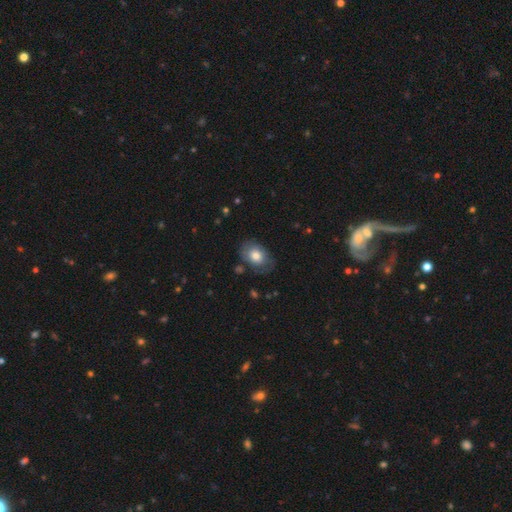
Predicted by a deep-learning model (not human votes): Smooth or featured?
  - smooth: 69% *
  - featured or disk: 24%
  - star or artifact: 7%
How rounded?
  - in between: 76% *
  - round: 23%
  - cigar-shaped: 1%
Merging?
  - none: 68% *
  - minor disturbance: 22%
  - major disturbance: 8%
  - merger: 2%